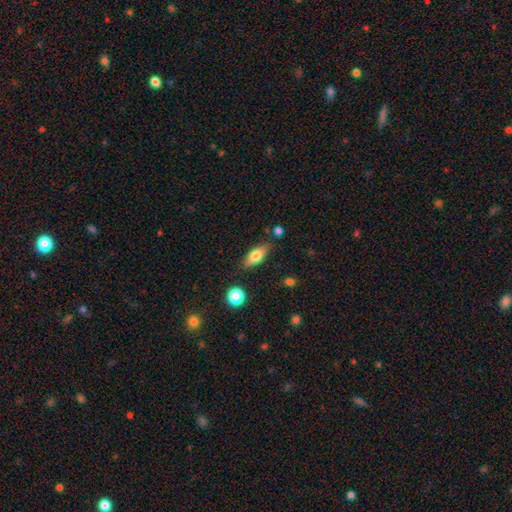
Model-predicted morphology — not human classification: Smooth or featured? Predicted: smooth (p=0.71). How rounded? Predicted: in between (p=0.76). Merging? Predicted: none (p=0.81).